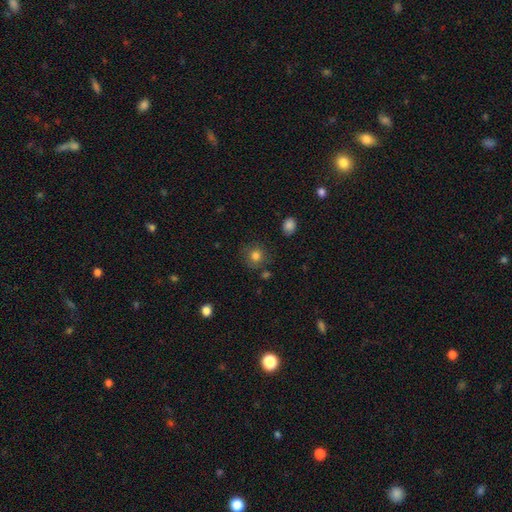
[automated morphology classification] type=smooth (81%); roundness=round (89%); merging=none (79%).